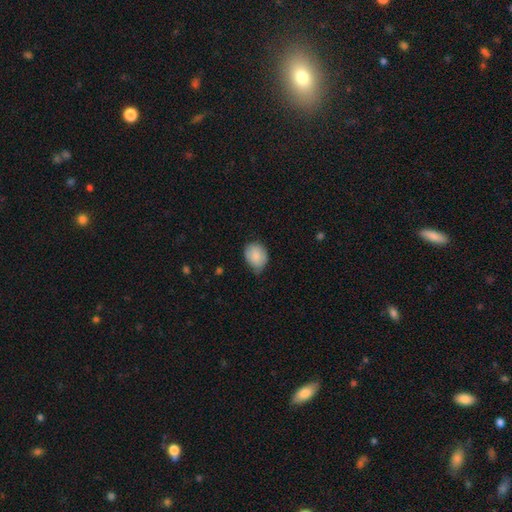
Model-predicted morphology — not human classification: Overall: smooth (83%). How rounded: in between (55%; round 44%). Merging: none (56%; minor disturbance 36%).